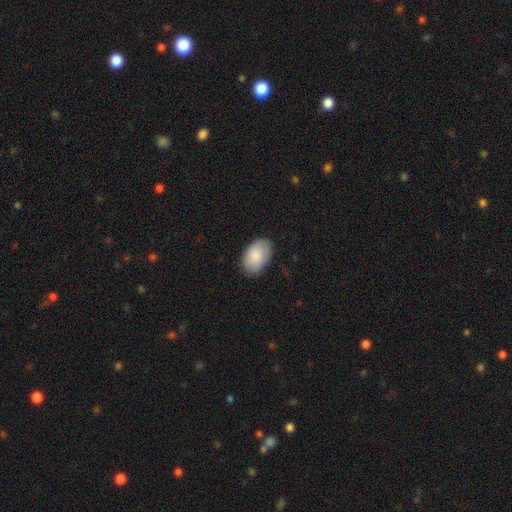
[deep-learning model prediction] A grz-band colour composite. It shows a smooth galaxy with no disk features (87%) that is in between round and cigar-shaped (92%). Merging: none (82%).